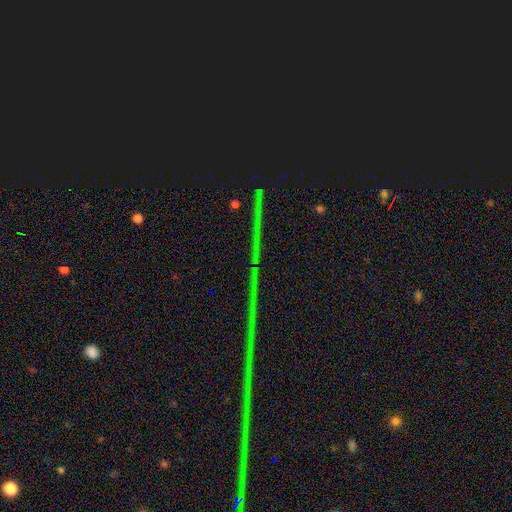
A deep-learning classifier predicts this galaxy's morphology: Smooth or featured? star or artifact (89%)